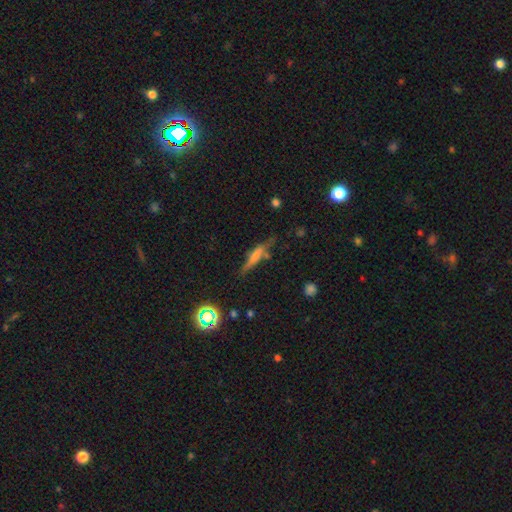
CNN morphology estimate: smooth_or_featured: smooth (p=0.50) [alt: featured or disk p=0.39]
merging: none (p=0.65) [alt: minor disturbance p=0.21]